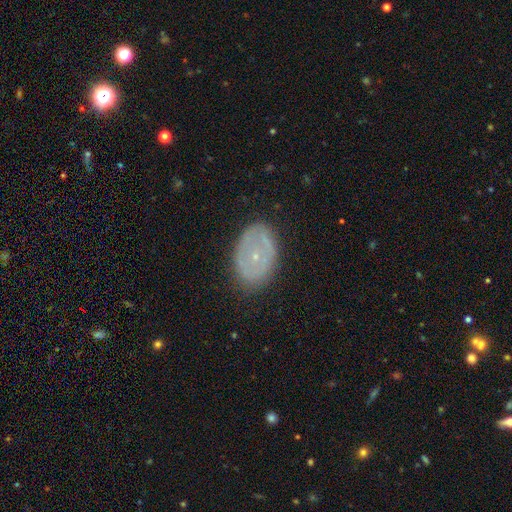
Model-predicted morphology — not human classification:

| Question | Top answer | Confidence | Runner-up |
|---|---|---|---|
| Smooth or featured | featured or disk | 51% | smooth (40%) |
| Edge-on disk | no | 91% | yes (9%) |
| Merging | none | 82% | minor disturbance (13%) |